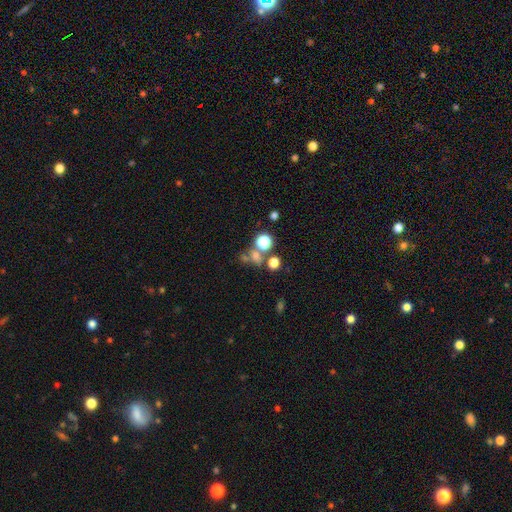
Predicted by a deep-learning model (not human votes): Smooth or featured? smooth (59%)
How rounded? round (73%)
Merging? none (49%)